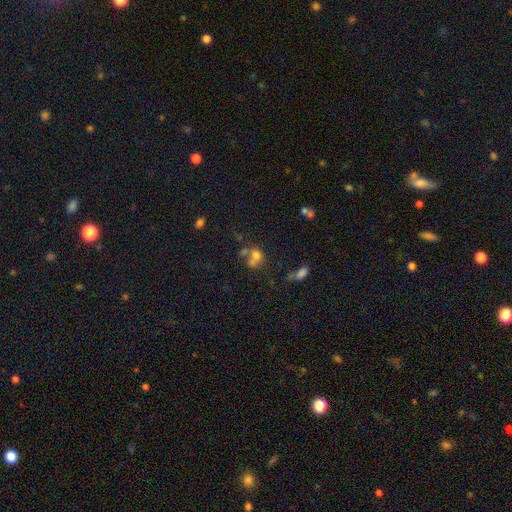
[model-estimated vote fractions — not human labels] A smooth galaxy with no disk features (64%) that is round (60%). Merging: merger (49%).